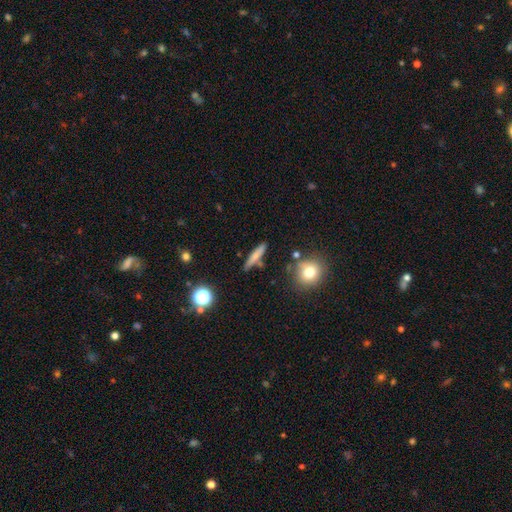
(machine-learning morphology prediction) This appears to be a smooth galaxy with no disk features (67%) that is cigar-shaped (86%). Merging: none (81%).